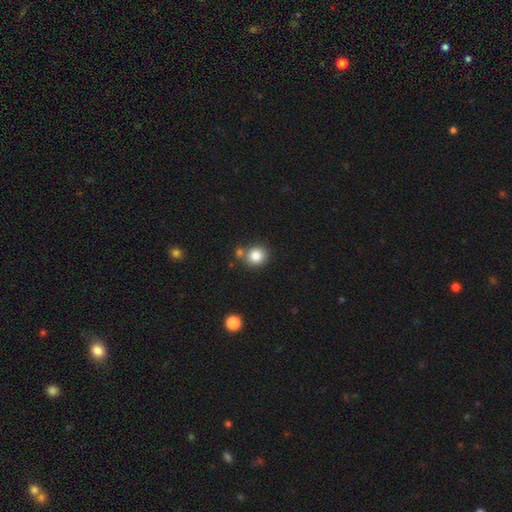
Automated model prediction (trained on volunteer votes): Smooth or featured?
  - smooth: 83% *
  - star or artifact: 11%
  - featured or disk: 7%
How rounded?
  - round: 85% *
  - in between: 14%
  - cigar-shaped: 1%
Merging?
  - none: 71% *
  - merger: 16%
  - minor disturbance: 10%
  - major disturbance: 3%